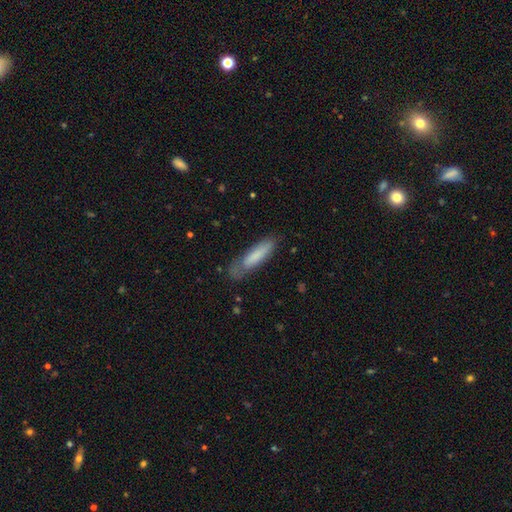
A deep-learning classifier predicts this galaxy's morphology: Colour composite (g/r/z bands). It shows a smooth galaxy with no disk features (75%) that is cigar-shaped (71%). Merging: none (64%).